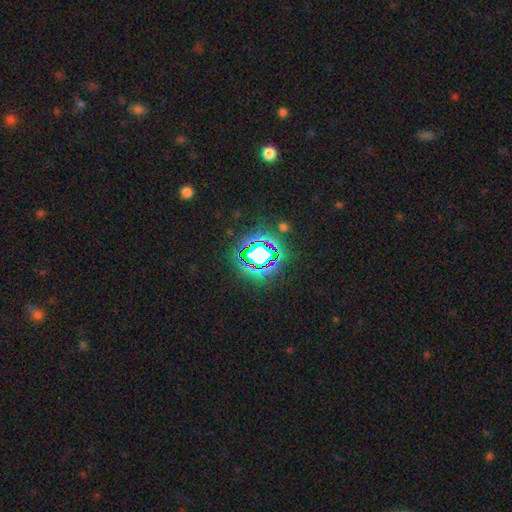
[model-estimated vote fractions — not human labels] smooth_or_featured: star or artifact (p=0.75) [alt: smooth p=0.16]